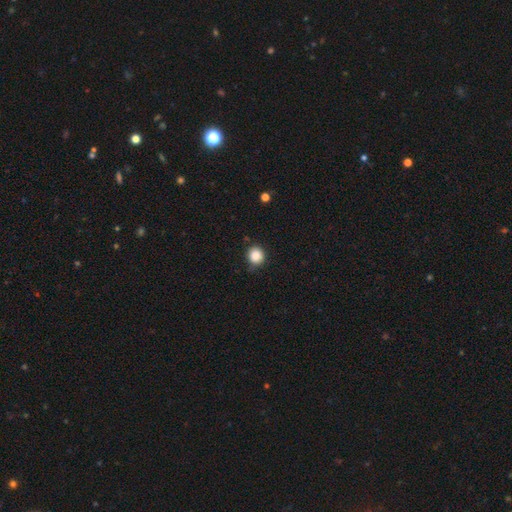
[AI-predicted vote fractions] This is clearly a smooth galaxy (87%). How rounded: clearly round (90%). Merging: clearly none (81%).